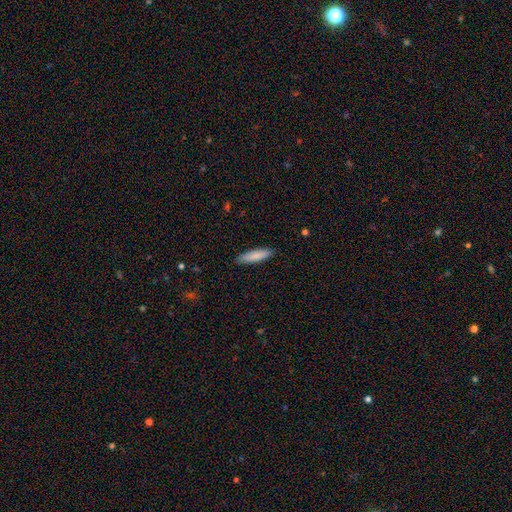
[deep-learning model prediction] Smooth or featured? smooth (85%)
How rounded? cigar-shaped (74%)
Merging? none (89%)